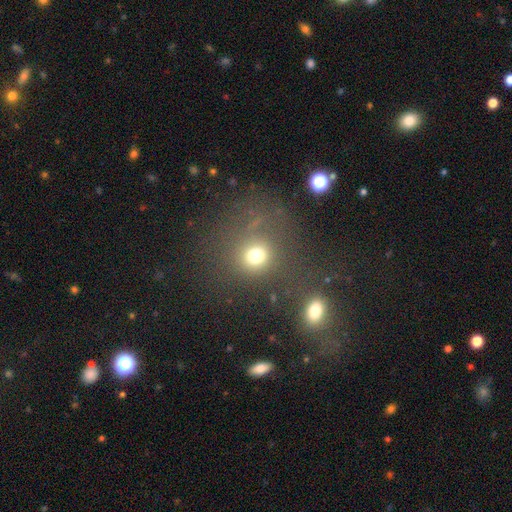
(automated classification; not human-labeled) Morphology: type=smooth (71%); roundness=round (80%); merging=none (64%).